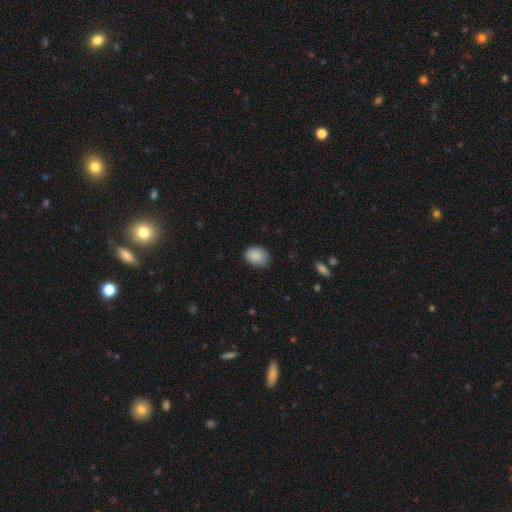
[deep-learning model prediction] Smooth or featured? Predicted: smooth (p=0.89). How rounded? Predicted: in between (p=0.64). Merging? Predicted: none (p=0.79).